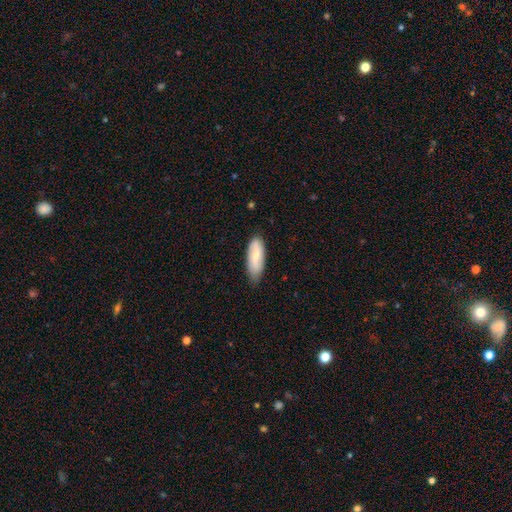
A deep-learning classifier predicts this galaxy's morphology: This is likely a smooth galaxy (61%). How rounded: likely in between (74%). Merging: likely none (75%).